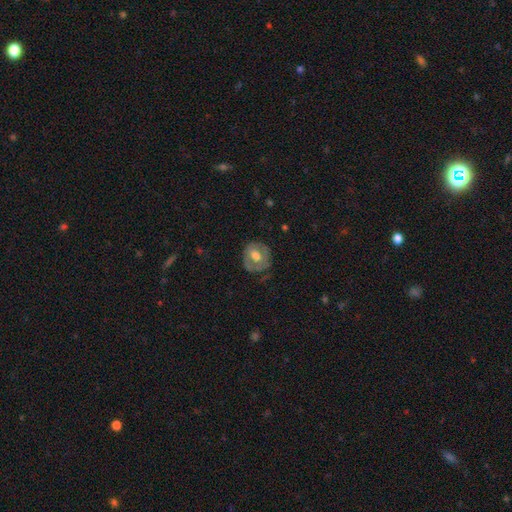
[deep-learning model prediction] The model was most divided on "smooth or featured": smooth: 49%, featured or disk: 43%, star or artifact: 7%. More confident: merging — none (67%).